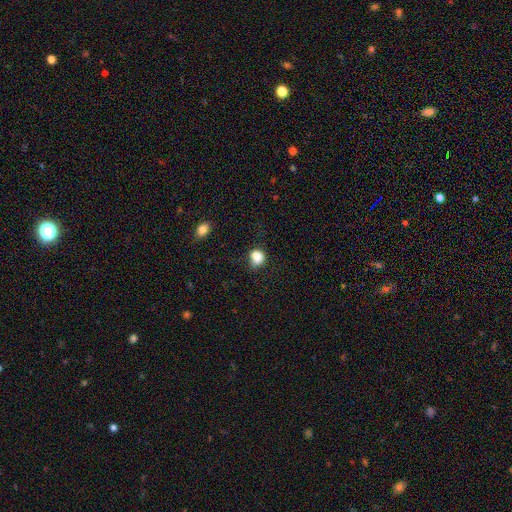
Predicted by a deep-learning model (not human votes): This is clearly a smooth galaxy (81%). How rounded: likely round (64%). Merging: possibly none (50%).